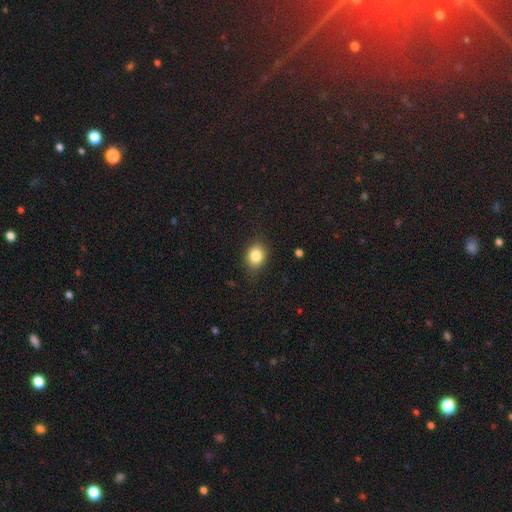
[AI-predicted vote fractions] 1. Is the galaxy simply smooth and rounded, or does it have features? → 83% smooth, 10% star or artifact, 7% featured or disk.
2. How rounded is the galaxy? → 50% round, 49% in between, 1% cigar-shaped.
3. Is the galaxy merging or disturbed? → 83% none, 13% minor disturbance, 3% major disturbance, 1% merger.